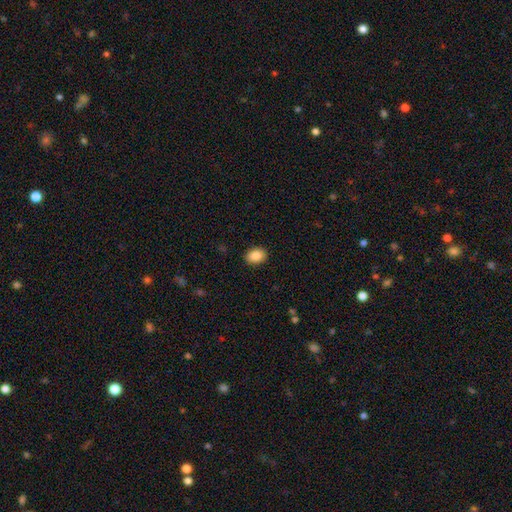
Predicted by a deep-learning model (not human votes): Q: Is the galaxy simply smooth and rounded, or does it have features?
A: smooth — 88%.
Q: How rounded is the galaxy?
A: in between — 72%.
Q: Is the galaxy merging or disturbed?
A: none — 90%.